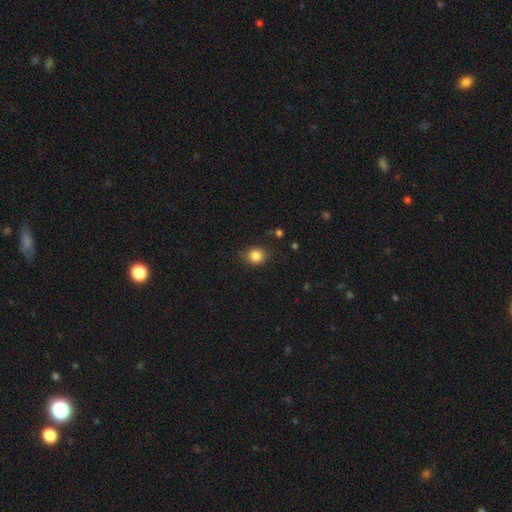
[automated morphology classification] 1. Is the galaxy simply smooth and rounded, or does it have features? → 84% smooth, 11% star or artifact, 5% featured or disk.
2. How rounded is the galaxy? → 75% round, 24% in between, 1% cigar-shaped.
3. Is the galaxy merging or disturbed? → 82% none, 13% minor disturbance, 3% major disturbance, 2% merger.